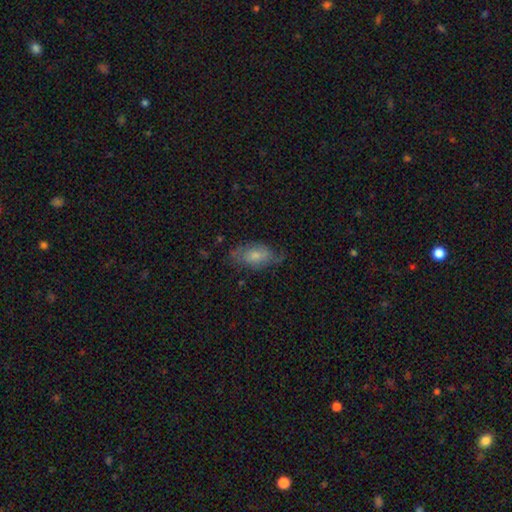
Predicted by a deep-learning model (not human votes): The model was most divided on "smooth or featured": smooth: 55%, featured or disk: 38%, star or artifact: 8%. More confident: how rounded — in between (89%); merging — none (58%).